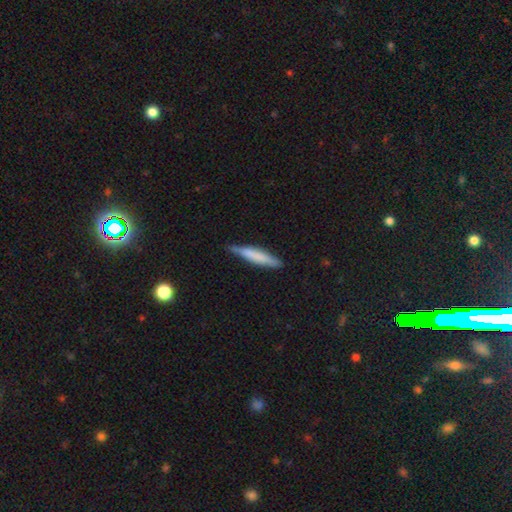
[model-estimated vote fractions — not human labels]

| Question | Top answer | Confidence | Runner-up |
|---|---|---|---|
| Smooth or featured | smooth | 67% | featured or disk (28%) |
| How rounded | cigar-shaped | 91% | in between (8%) |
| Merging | none | 78% | minor disturbance (18%) |